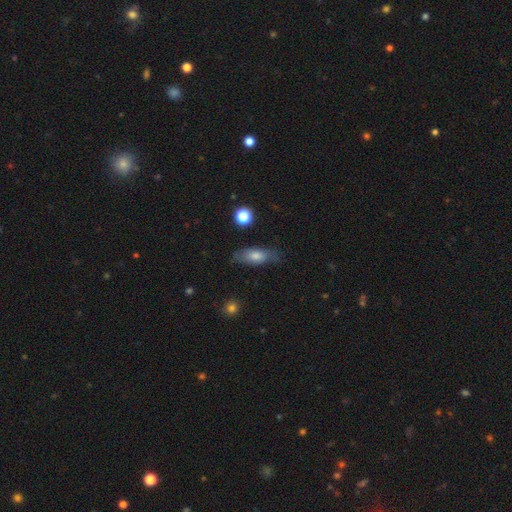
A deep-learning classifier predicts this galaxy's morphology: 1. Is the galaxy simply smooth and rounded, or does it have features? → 64% smooth, 27% featured or disk, 9% star or artifact.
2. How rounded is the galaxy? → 69% in between, 27% cigar-shaped, 4% round.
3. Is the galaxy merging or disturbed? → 74% none, 19% minor disturbance, 5% major disturbance, 2% merger.